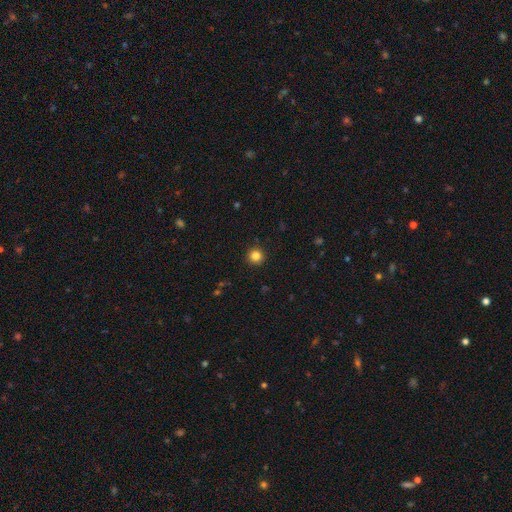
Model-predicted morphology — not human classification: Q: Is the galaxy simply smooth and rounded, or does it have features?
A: smooth — 83%.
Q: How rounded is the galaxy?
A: round — 95%.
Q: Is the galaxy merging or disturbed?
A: none — 93%.